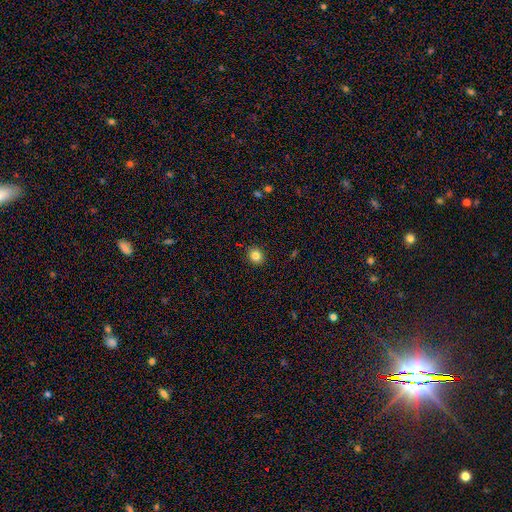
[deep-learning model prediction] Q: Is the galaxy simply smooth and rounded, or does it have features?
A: smooth — 83%.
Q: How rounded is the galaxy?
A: round — 77%.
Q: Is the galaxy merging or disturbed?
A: none — 91%.